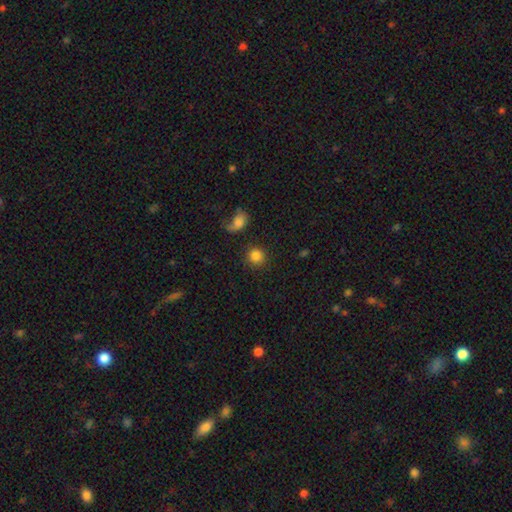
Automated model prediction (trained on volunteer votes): Smooth or featured: smooth — 84% (star or artifact — 10%)
How rounded: round — 90% (in between — 9%)
Merging: none — 82% (minor disturbance — 8%)